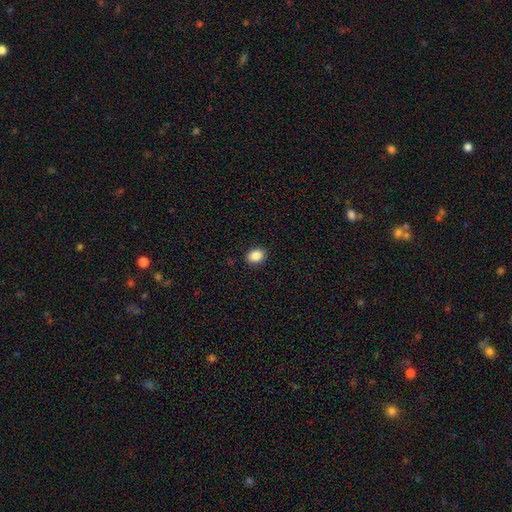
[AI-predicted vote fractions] A smooth galaxy with no disk features (88%) that is in between round and cigar-shaped (56%). Merging: none (91%).